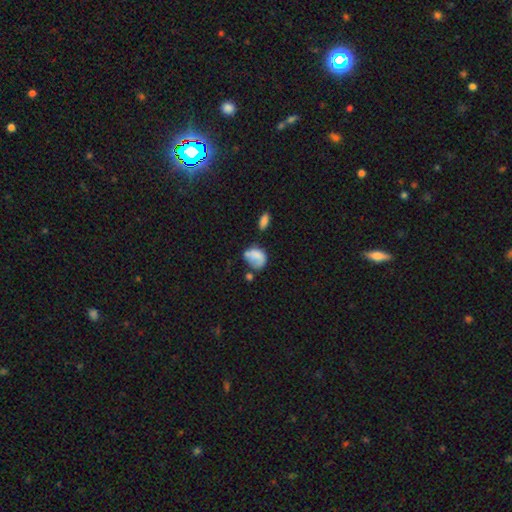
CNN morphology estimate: type=smooth (71%); roundness=in between (60%); merging=none (33%).